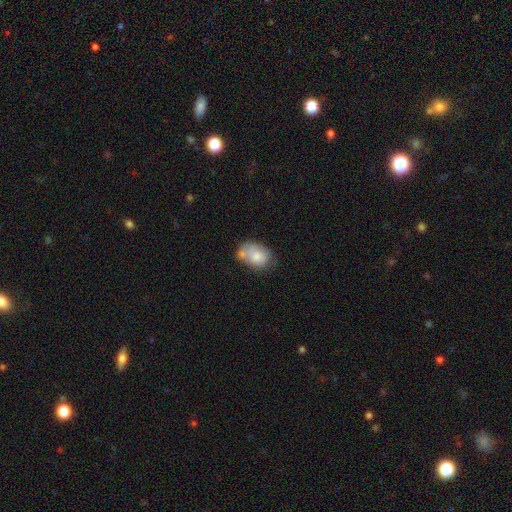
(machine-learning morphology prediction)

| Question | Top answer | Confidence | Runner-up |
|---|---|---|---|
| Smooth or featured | smooth | 70% | featured or disk (23%) |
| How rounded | in between | 78% | round (21%) |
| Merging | none | 35% | merger (29%) |